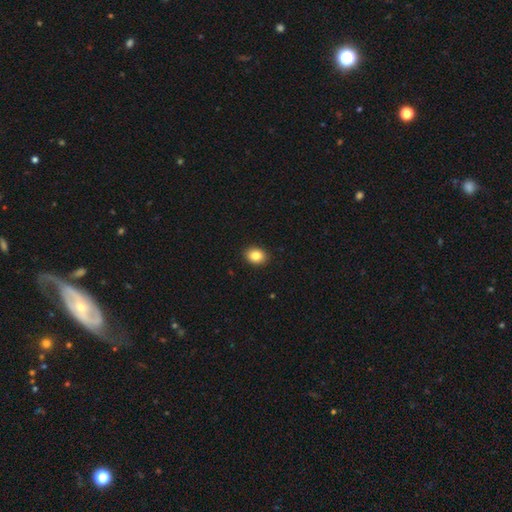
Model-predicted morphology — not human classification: type=smooth (85%); roundness=in between (59%); merging=none (91%).